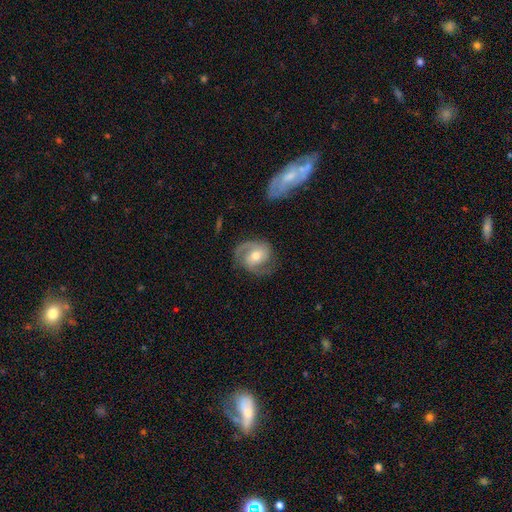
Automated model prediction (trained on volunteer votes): Morphology: type=featured or disk (81%); edge-on=no (97%); bar=weak (43%); spiral arms=yes (94%); winding=medium (50%); arm count=2 (84%); bulge=moderate (68%); merging=none (73%).